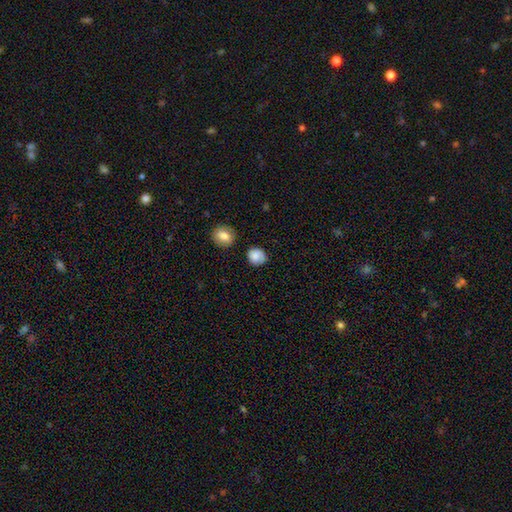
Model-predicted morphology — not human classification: Smooth or featured?
  - smooth: 82% *
  - featured or disk: 10%
  - star or artifact: 8%
How rounded?
  - round: 80% *
  - in between: 19%
  - cigar-shaped: 1%
Merging?
  - none: 75% *
  - minor disturbance: 17%
  - major disturbance: 4%
  - merger: 4%